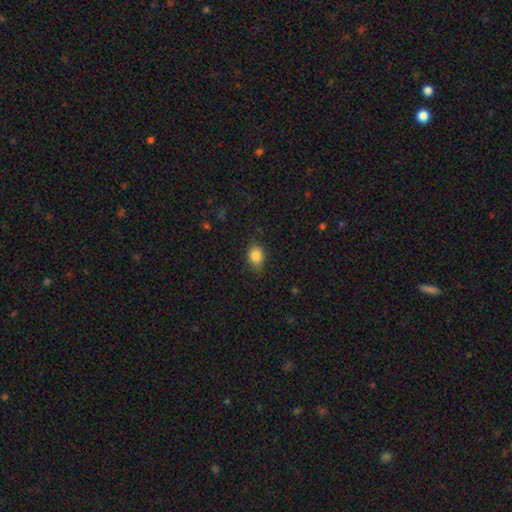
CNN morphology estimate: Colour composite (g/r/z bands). It shows a smooth galaxy with no disk features (85%) that is in between round and cigar-shaped (54%). Merging: none (72%).